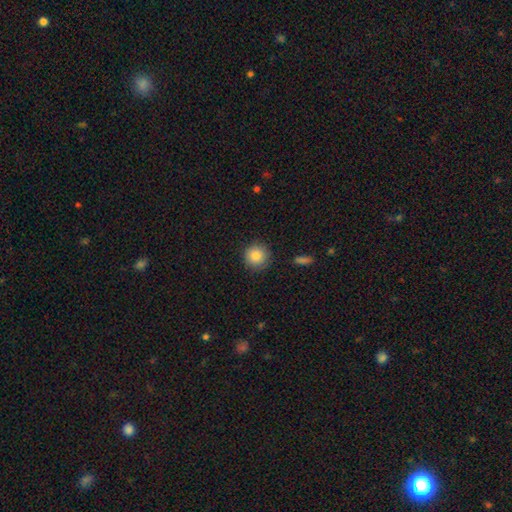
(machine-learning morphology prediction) smooth-or-featured: smooth: 85% | star or artifact: 9% | featured or disk: 6%
  how-rounded: round: 94% | in between: 5% | cigar-shaped: 1%
  merging: none: 88% | minor disturbance: 8% | major disturbance: 2% | merger: 1%